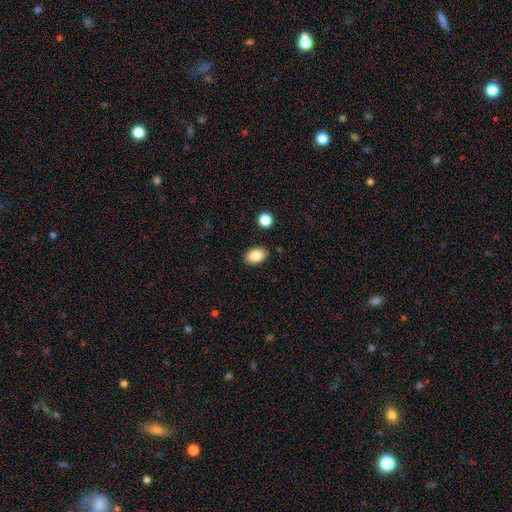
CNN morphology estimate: smooth-or-featured: smooth: 85% | star or artifact: 8% | featured or disk: 7%
  how-rounded: in between: 86% | round: 13% | cigar-shaped: 1%
  merging: none: 87% | minor disturbance: 9% | major disturbance: 2% | merger: 2%